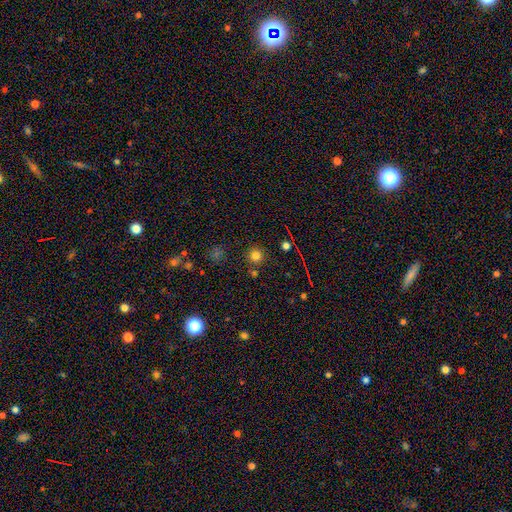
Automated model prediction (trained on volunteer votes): The model was most divided on "smooth or featured": smooth: 76%, star or artifact: 18%, featured or disk: 6%. More confident: how rounded — round (93%); merging — none (82%).